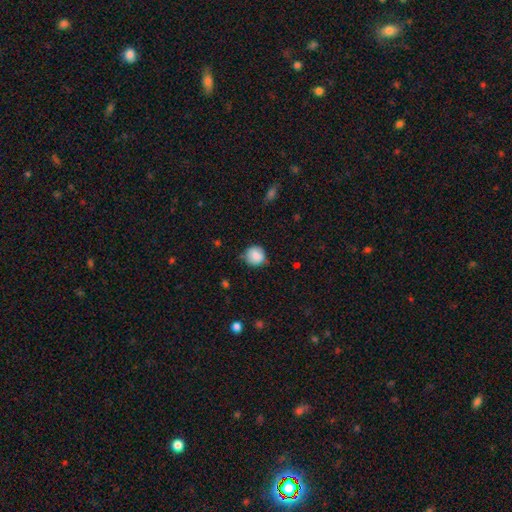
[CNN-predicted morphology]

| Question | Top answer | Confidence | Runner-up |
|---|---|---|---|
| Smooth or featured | smooth | 84% | star or artifact (8%) |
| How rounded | round | 88% | in between (11%) |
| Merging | none | 70% | minor disturbance (23%) |